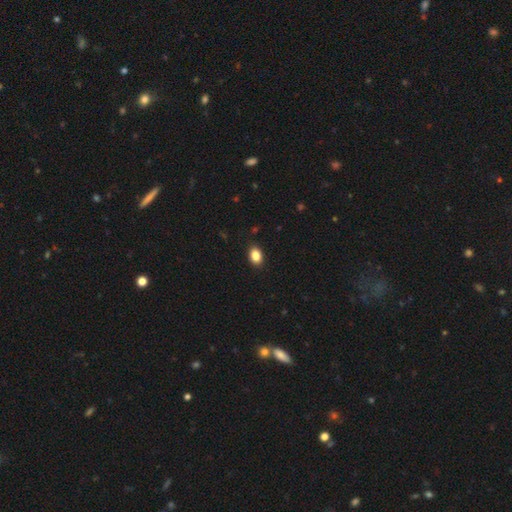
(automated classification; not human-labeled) smooth-or-featured: smooth: 86% | star or artifact: 9% | featured or disk: 4%
  how-rounded: in between: 79% | round: 20% | cigar-shaped: 1%
  merging: none: 89% | minor disturbance: 9% | major disturbance: 2% | merger: 1%